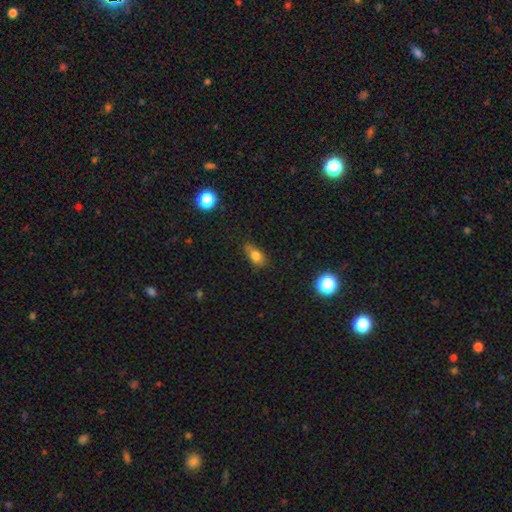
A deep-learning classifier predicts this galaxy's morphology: This is likely a smooth galaxy (77%). How rounded: likely in between (78%). Merging: likely none (65%).